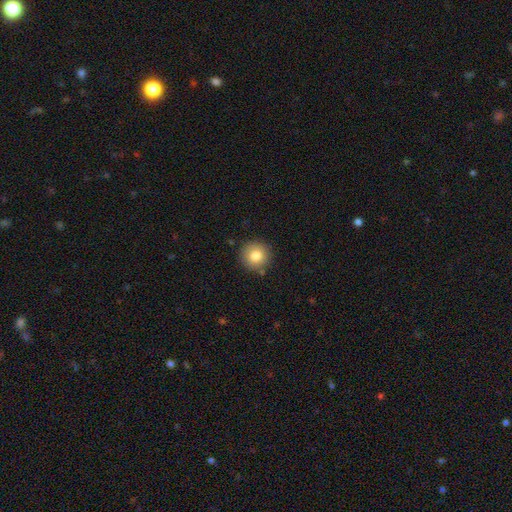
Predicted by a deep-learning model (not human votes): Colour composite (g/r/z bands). It shows a smooth galaxy with no disk features (81%) that is round (94%). Merging: none (87%).